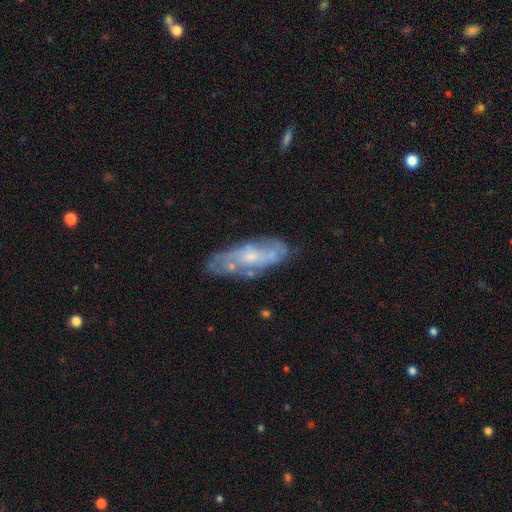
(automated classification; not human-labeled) Smooth or featured? featured or disk (65%)
Edge-on disk? no (83%)
Bar? no (74%)
Spiral arms? yes (58%)
Bulge size? small (58%)
Merging? none (65%)